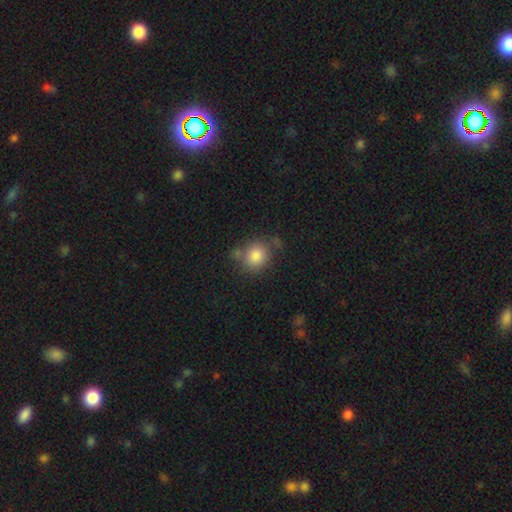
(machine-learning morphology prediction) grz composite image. It shows a smooth galaxy with no disk features (82%) that is round (76%). Merging: none (57%).